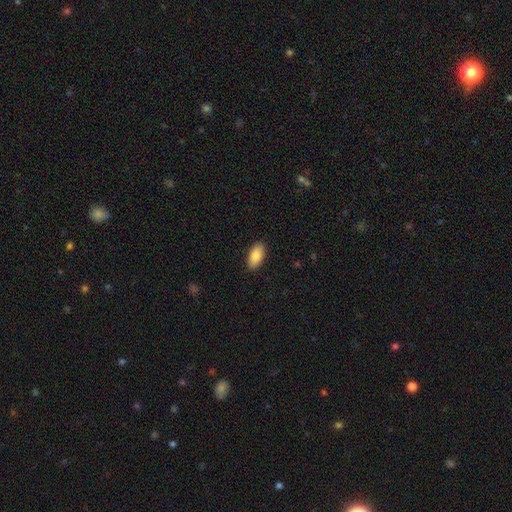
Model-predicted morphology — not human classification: smooth-or-featured: smooth: 86% | featured or disk: 8% | star or artifact: 6%
  how-rounded: in between: 93% | cigar-shaped: 5% | round: 2%
  merging: none: 89% | minor disturbance: 8% | major disturbance: 2% | merger: 1%